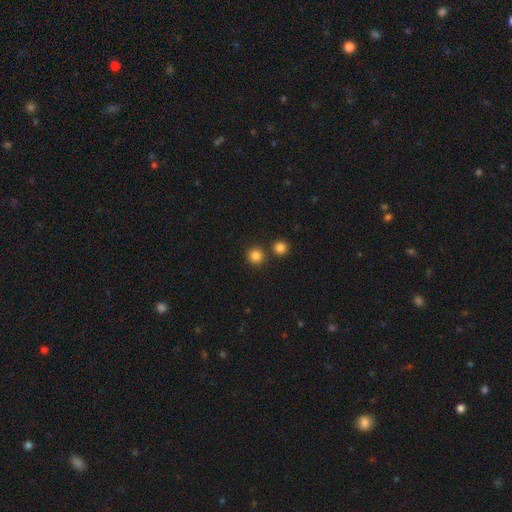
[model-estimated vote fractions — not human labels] The model was most divided on "smooth or featured": smooth: 84%, star or artifact: 12%, featured or disk: 4%. More confident: how rounded — round (94%); merging — none (82%).